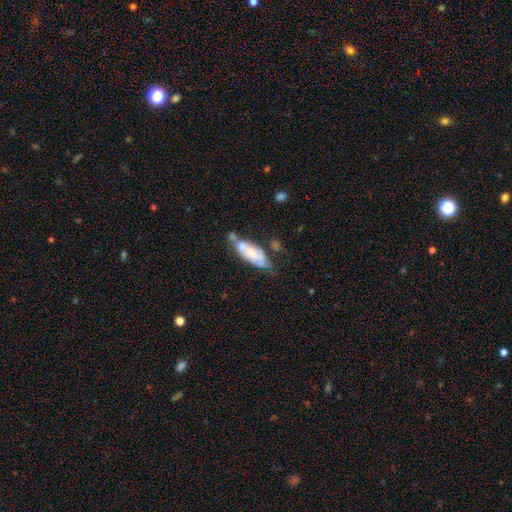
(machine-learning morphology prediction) Smooth or featured?
  - smooth: 48% *
  - featured or disk: 45%
  - star or artifact: 7%
Merging?
  - none: 32% *
  - merger: 31%
  - minor disturbance: 24%
  - major disturbance: 13%